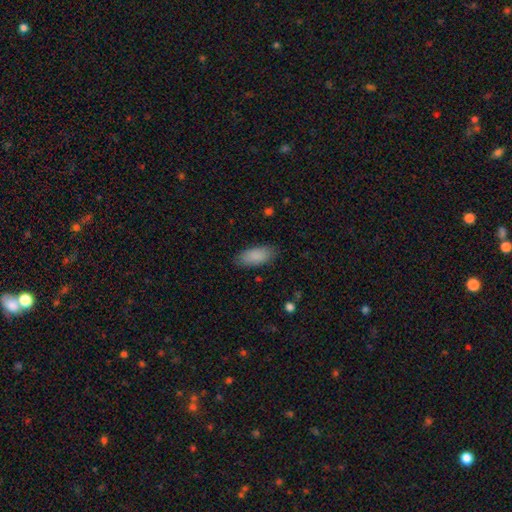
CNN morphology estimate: Smooth or featured? smooth (89%)
How rounded? in between (88%)
Merging? none (84%)